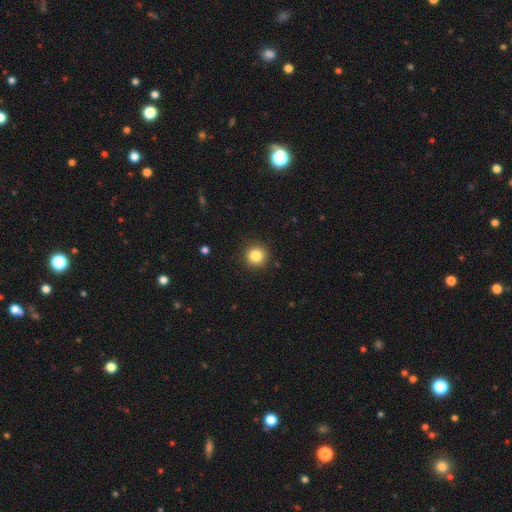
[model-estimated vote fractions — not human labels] This appears to be a smooth galaxy with no disk features (85%) that is round (94%). Merging: none (91%).